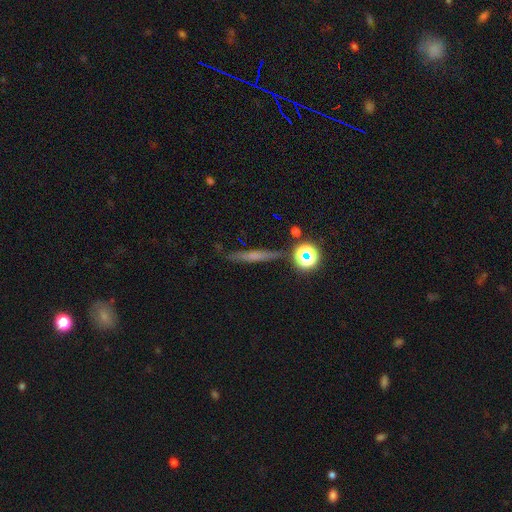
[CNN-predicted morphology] Q: Smooth or featured?
A: smooth (44%); runner-up: featured or disk (38%)
Q: Merging?
A: none (83%); runner-up: minor disturbance (11%)